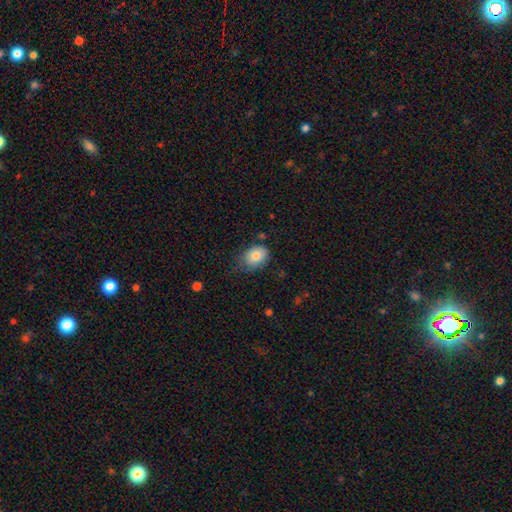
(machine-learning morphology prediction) This is clearly a smooth galaxy (81%). How rounded: likely in between (64%). Merging: likely none (62%).